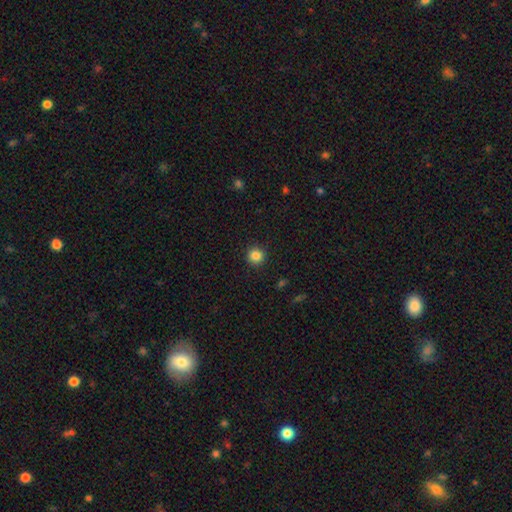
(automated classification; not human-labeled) This appears to be a smooth galaxy with no disk features (85%) that is round (94%). Merging: none (92%).